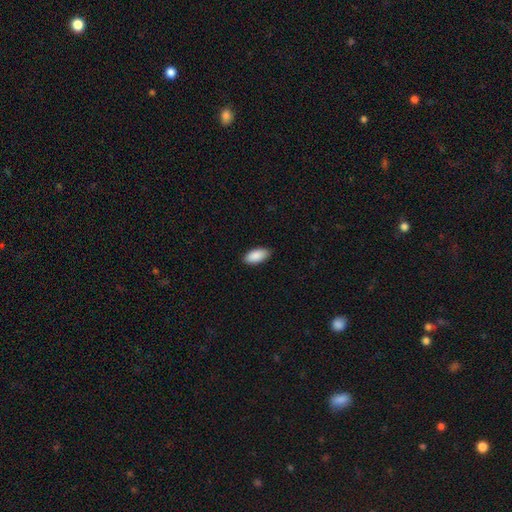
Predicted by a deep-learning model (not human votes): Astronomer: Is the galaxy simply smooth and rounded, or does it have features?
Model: smooth — 90%.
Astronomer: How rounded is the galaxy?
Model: in between — 93%.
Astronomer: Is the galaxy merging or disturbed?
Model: none — 88%.